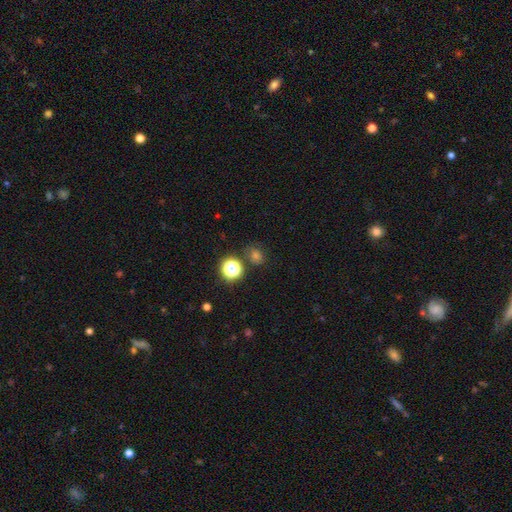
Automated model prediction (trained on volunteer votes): A smooth galaxy with no disk features (54%) that is round (72%). Merging: none (78%).